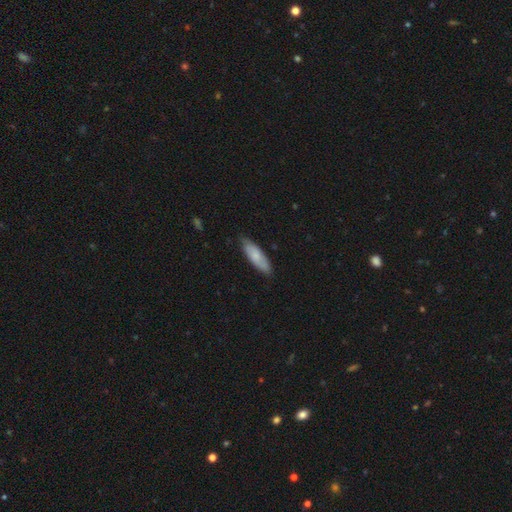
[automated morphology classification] A smooth galaxy with no disk features (74%) that is in between round and cigar-shaped (50%). Merging: none (80%).